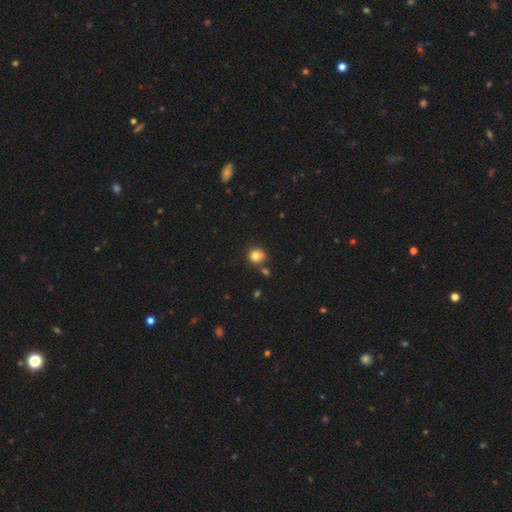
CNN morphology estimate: Smooth or featured?
  - smooth: 80% *
  - star or artifact: 12%
  - featured or disk: 9%
How rounded?
  - round: 87% *
  - in between: 12%
  - cigar-shaped: 1%
Merging?
  - none: 66% *
  - minor disturbance: 16%
  - merger: 14%
  - major disturbance: 4%